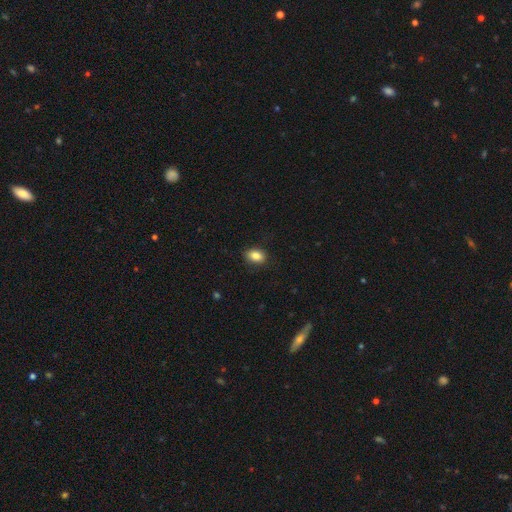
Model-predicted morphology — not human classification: smooth 86%, star or artifact 9%, featured or disk 5%. Down the decision tree: how rounded — in between (78%); merging — none (88%).